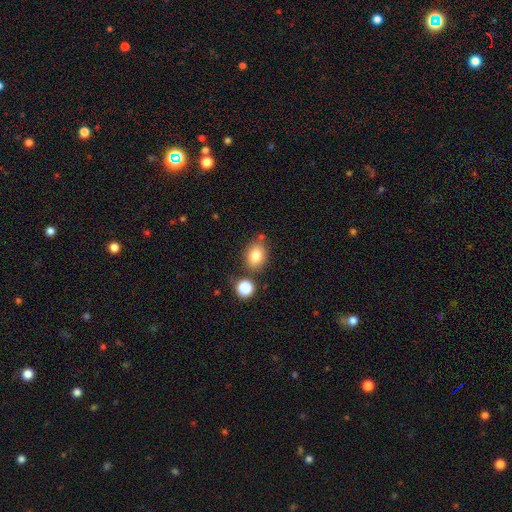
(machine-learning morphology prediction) A smooth galaxy with no disk features (82%) that is in between round and cigar-shaped (65%). Merging: none (73%).